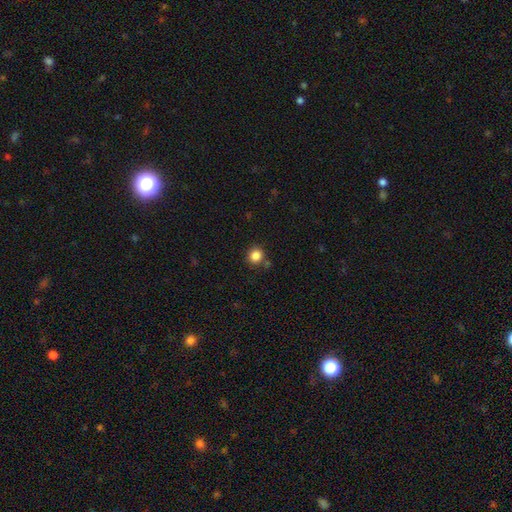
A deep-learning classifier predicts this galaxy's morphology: Smooth or featured? smooth (85%)
How rounded? round (90%)
Merging? none (83%)